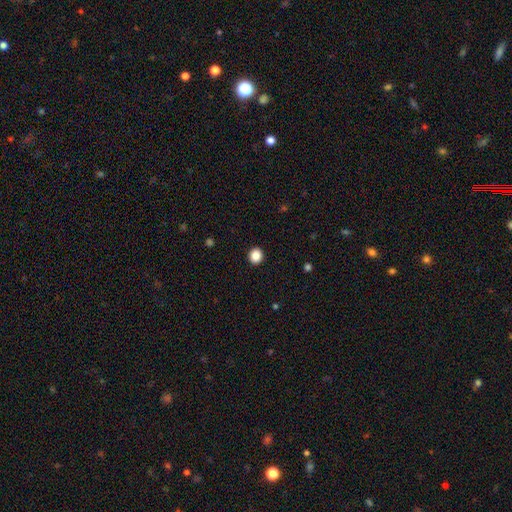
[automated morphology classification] This appears to be a smooth galaxy with no disk features (87%) that is round (77%). Merging: none (92%).